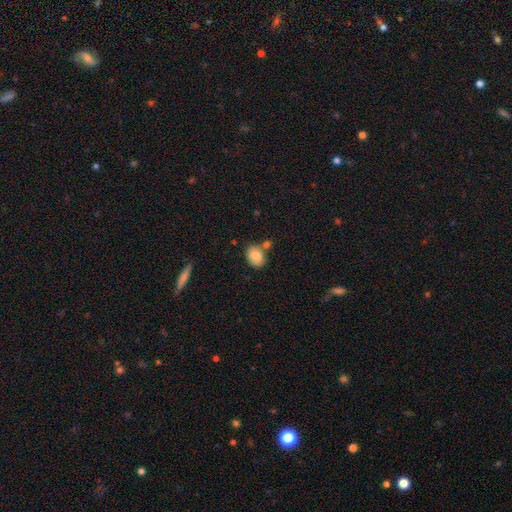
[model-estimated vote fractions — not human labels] Q: Smooth or featured?
A: smooth (79%); runner-up: featured or disk (12%)
Q: How rounded?
A: in between (62%); runner-up: round (36%)
Q: Merging?
A: none (60%); runner-up: merger (19%)